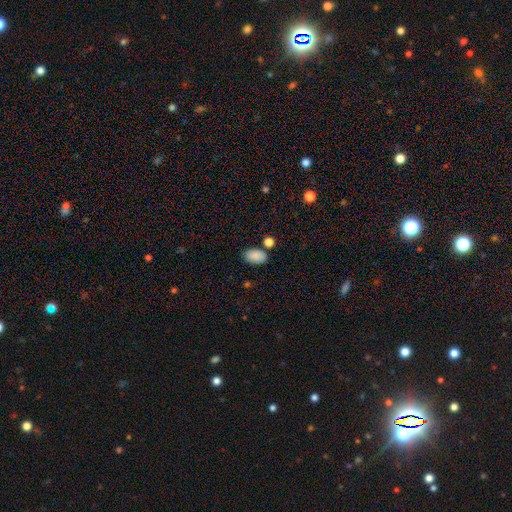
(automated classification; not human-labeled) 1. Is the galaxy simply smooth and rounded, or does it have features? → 88% smooth, 8% star or artifact, 4% featured or disk.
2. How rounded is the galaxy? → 92% in between, 7% round, 1% cigar-shaped.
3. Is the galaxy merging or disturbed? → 77% none, 13% minor disturbance, 7% merger, 3% major disturbance.